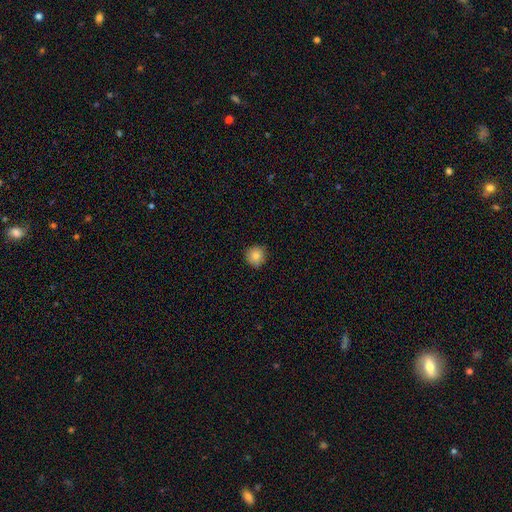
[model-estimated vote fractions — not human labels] This appears to be a smooth galaxy with no disk features (83%) that is round (93%). Merging: none (87%).